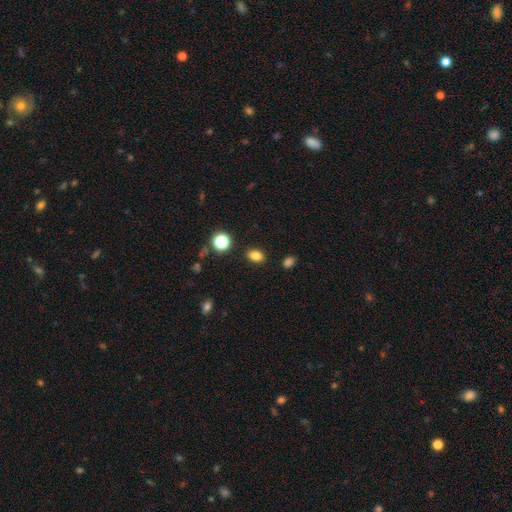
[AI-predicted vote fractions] Smooth or featured? Predicted: smooth (p=0.81). How rounded? Predicted: in between (p=0.78). Merging? Predicted: none (p=0.87).